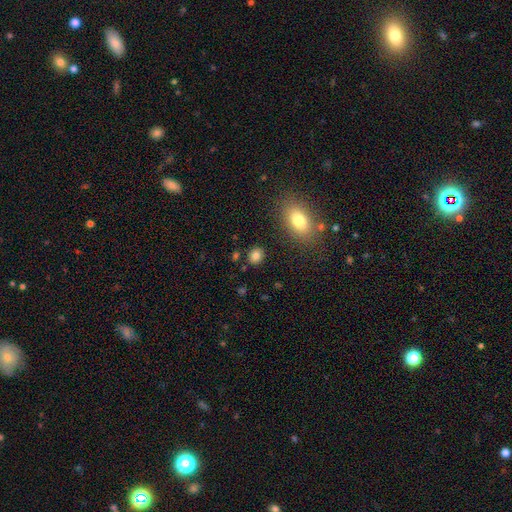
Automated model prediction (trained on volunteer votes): This appears to be a smooth galaxy with no disk features (82%) that is round (72%). Merging: none (87%).